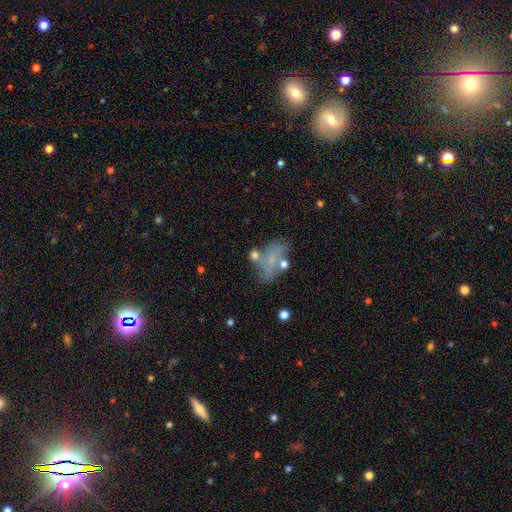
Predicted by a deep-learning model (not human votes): The model was most divided on "merging": none: 41%, minor disturbance: 24%, major disturbance: 18%, merger: 18%. More confident: how rounded — in between (80%); smooth or featured — smooth (53%).